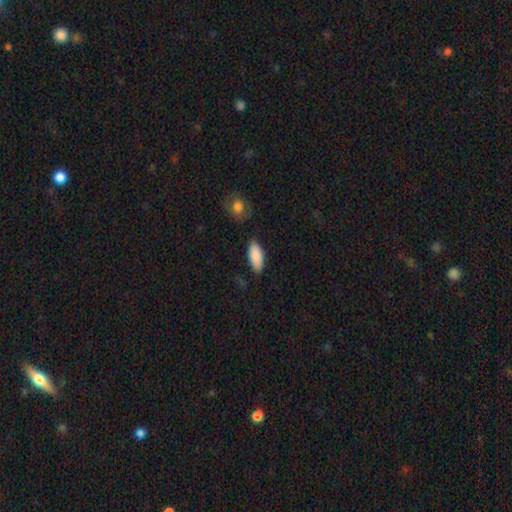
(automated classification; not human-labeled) Overall: smooth (89%). How rounded: in between (85%). Merging: none (81%).